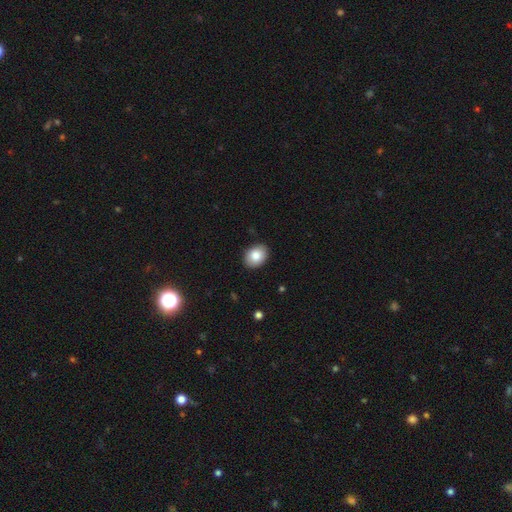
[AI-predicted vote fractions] smooth-or-featured: smooth: 84% | featured or disk: 8% | star or artifact: 7%
  how-rounded: in between: 72% | round: 28% | cigar-shaped: 1%
  merging: none: 89% | minor disturbance: 9% | major disturbance: 2% | merger: 1%